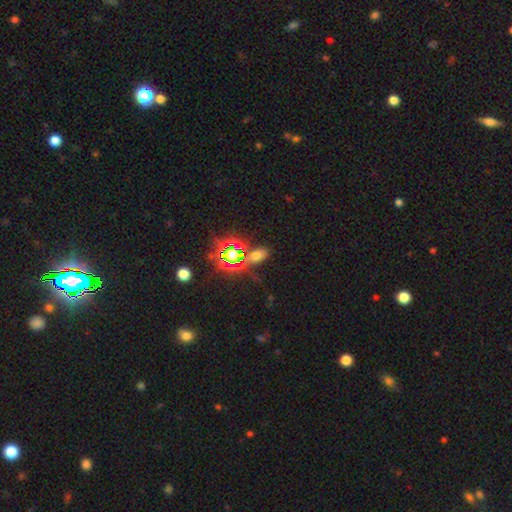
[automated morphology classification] A star or artifact, not a galaxy (47%).

Vote fractions:
- Smooth or featured? star or artifact: 47% / smooth: 43% / featured or disk: 10%